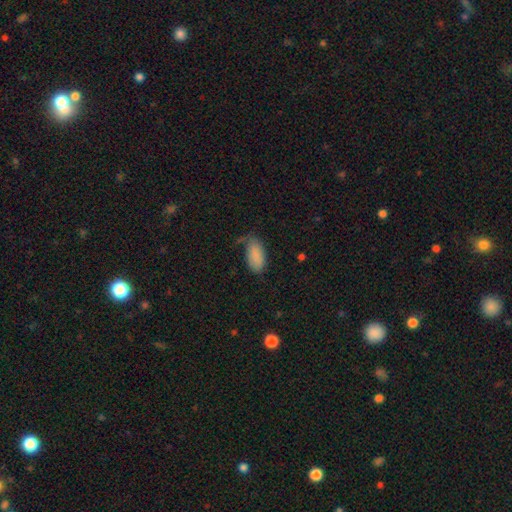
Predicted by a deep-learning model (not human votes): Morphology: type=smooth (86%); roundness=in between (94%); merging=none (49%).